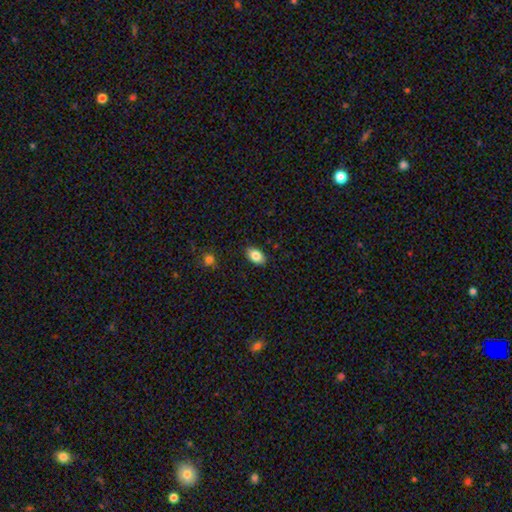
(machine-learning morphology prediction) This appears to be a smooth galaxy with no disk features (84%) that is in between round and cigar-shaped (92%). Merging: none (88%).